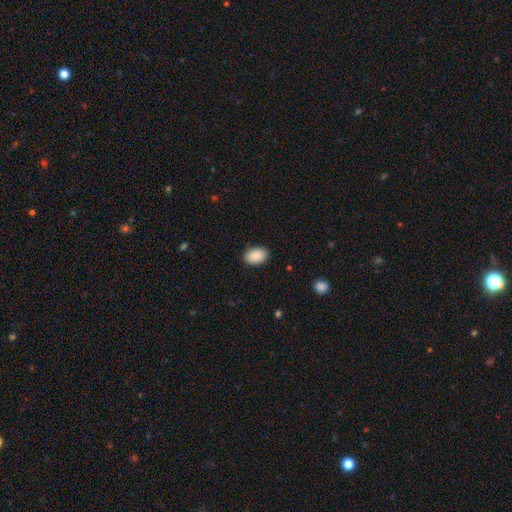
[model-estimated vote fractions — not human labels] Overall: smooth (91%). How rounded: in between (89%). Merging: none (89%).